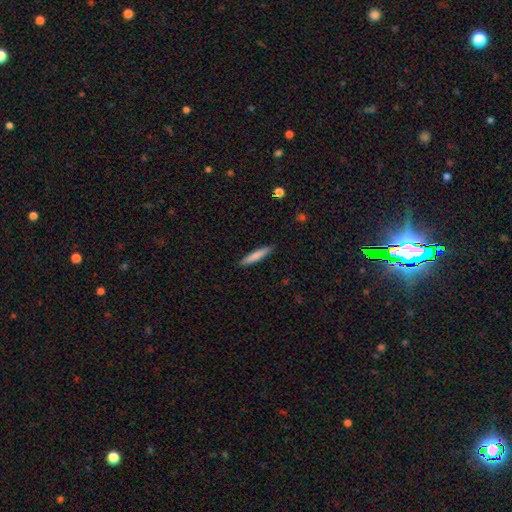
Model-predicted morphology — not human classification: This appears to be a smooth galaxy with no disk features (79%) that is cigar-shaped (91%). Merging: none (90%).